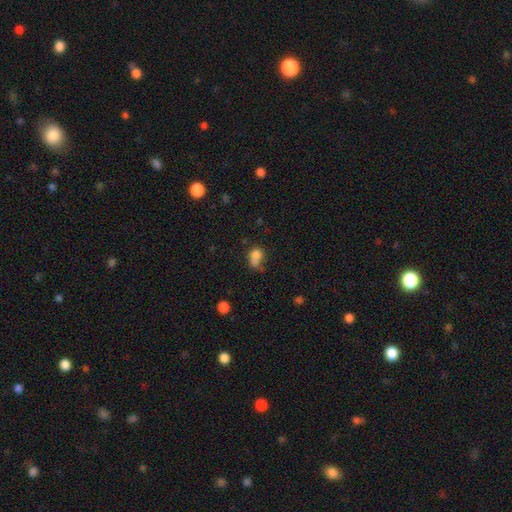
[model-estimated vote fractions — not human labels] Overall: smooth (75%). How rounded: round (50%; in between 48%). Merging: merger (40%; none 30%).